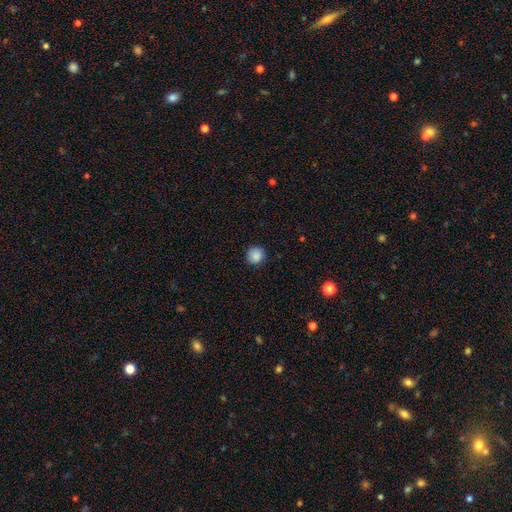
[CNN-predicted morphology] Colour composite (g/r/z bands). It shows a smooth galaxy with no disk features (87%) that is round (93%). Merging: none (89%).